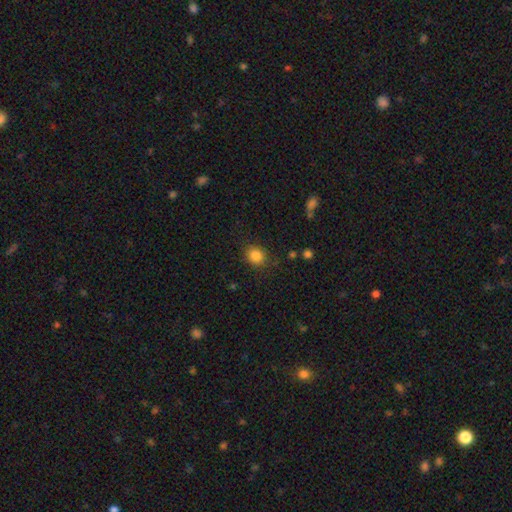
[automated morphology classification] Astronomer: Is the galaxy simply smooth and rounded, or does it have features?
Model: smooth — 85%.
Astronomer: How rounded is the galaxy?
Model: round — 82%.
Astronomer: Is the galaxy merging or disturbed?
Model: none — 85%.